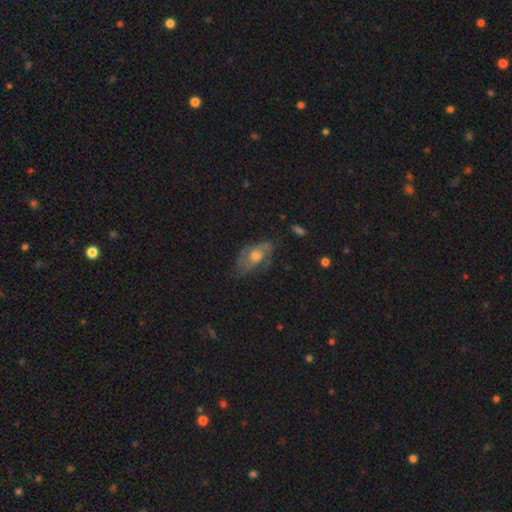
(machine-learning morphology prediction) Q: Smooth or featured?
A: featured or disk (65%); runner-up: smooth (26%)
Q: Edge-on disk?
A: no (92%); runner-up: yes (8%)
Q: Bar?
A: no (74%); runner-up: weak (22%)
Q: Spiral arms?
A: yes (82%); runner-up: no (18%)
Q: Bulge size?
A: moderate (63%); runner-up: large (18%)
Q: Merging?
A: none (62%); runner-up: minor disturbance (24%)